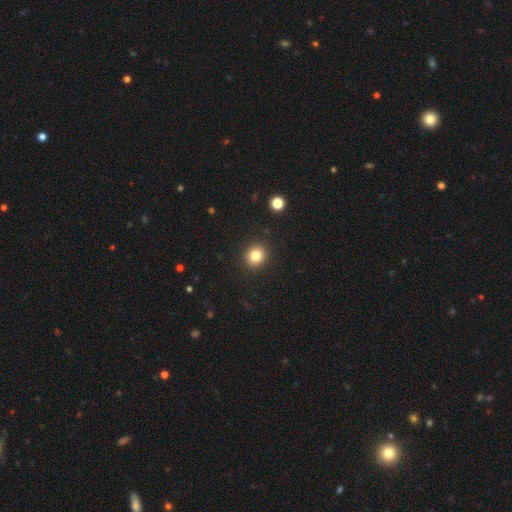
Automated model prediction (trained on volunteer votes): Q: Smooth or featured?
A: smooth (82%); runner-up: star or artifact (12%)
Q: How rounded?
A: round (86%); runner-up: in between (14%)
Q: Merging?
A: none (91%); runner-up: minor disturbance (5%)